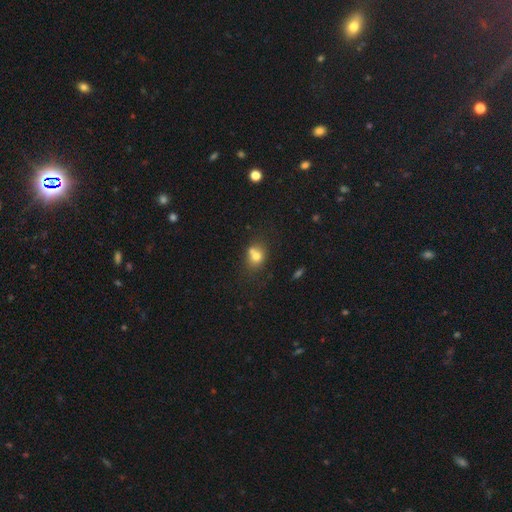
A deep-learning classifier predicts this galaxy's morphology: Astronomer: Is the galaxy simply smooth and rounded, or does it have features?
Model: smooth — 71%.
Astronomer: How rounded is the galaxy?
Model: round — 61% (runner-up: in between, 38%).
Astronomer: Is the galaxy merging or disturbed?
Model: none — 45% (runner-up: merger, 38%).